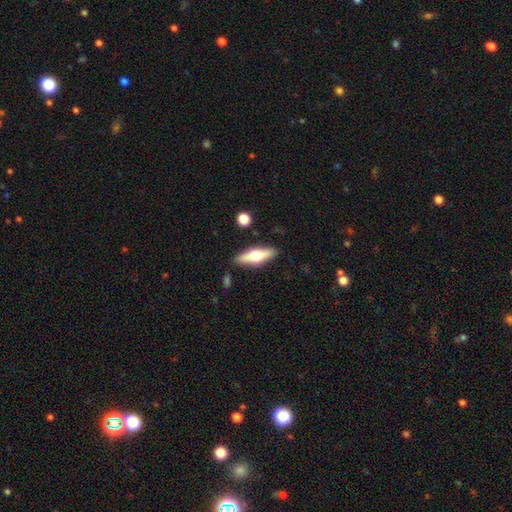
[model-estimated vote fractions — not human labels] This appears to be a featured or disk galaxy (53%) viewed edge-on (91%). Merging: none (87%).